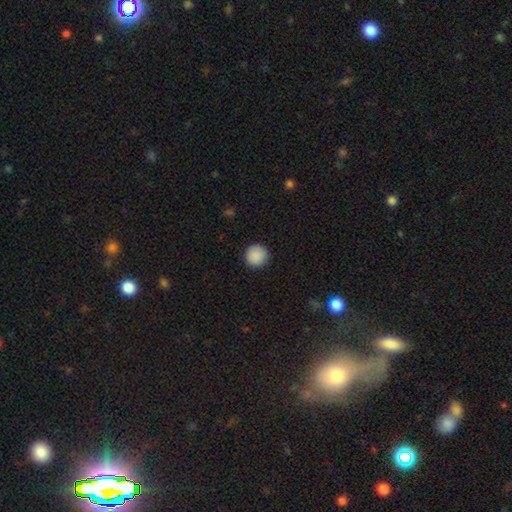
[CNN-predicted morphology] Smooth or featured? Predicted: smooth (p=0.90). How rounded? Predicted: round (p=0.96). Merging? Predicted: none (p=0.92).